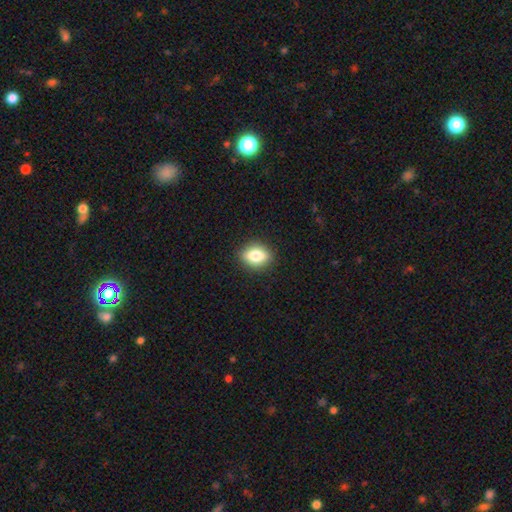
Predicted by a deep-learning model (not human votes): Smooth or featured? Predicted: smooth (p=0.78). How rounded? Predicted: in between (p=0.62). Merging? Predicted: none (p=0.88).